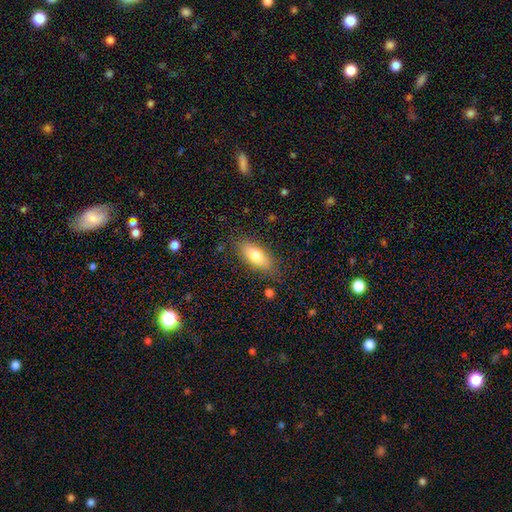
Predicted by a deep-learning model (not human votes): A smooth galaxy with no disk features (76%) that is in between round and cigar-shaped (79%).

Vote fractions:
- Smooth or featured? smooth: 76% / featured or disk: 17% / star or artifact: 7%
- How rounded? in between: 79% / cigar-shaped: 18% / round: 3%
- Merging? none: 81% / minor disturbance: 14% / major disturbance: 4% / merger: 2%